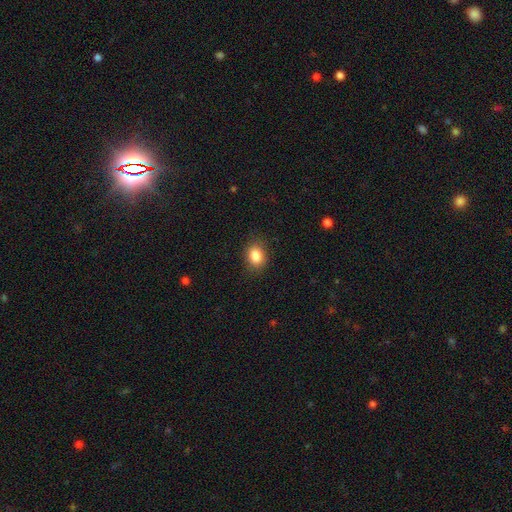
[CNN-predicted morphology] This is clearly a smooth galaxy (86%). How rounded: possibly in between (60%). Merging: clearly none (85%).